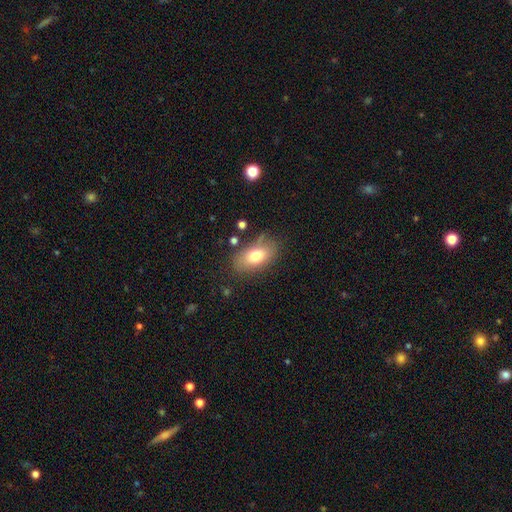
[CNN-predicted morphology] Overall: smooth (74%). How rounded: in between (90%). Merging: none (74%).